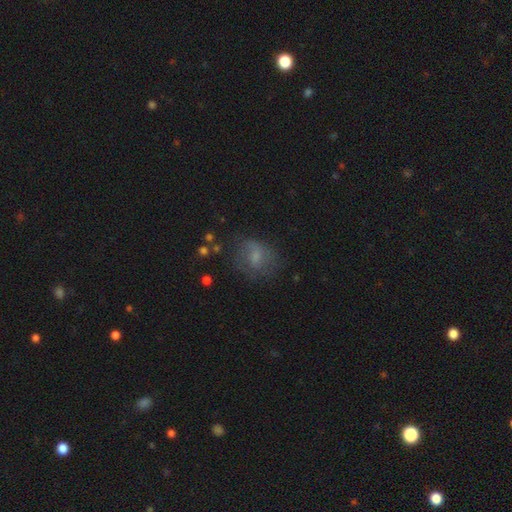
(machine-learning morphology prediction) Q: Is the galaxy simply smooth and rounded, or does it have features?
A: smooth — 52%.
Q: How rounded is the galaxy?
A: round — 53%.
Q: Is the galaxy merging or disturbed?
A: none — 56%.